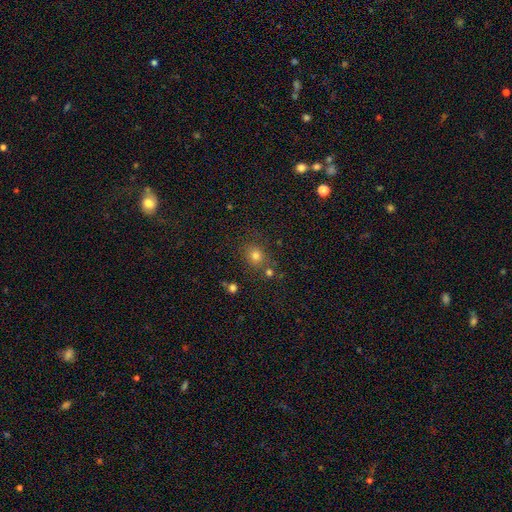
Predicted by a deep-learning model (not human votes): Smooth or featured?
  - smooth: 75% *
  - star or artifact: 18%
  - featured or disk: 8%
How rounded?
  - round: 75% *
  - in between: 24%
  - cigar-shaped: 1%
Merging?
  - none: 75% *
  - minor disturbance: 12%
  - merger: 9%
  - major disturbance: 4%